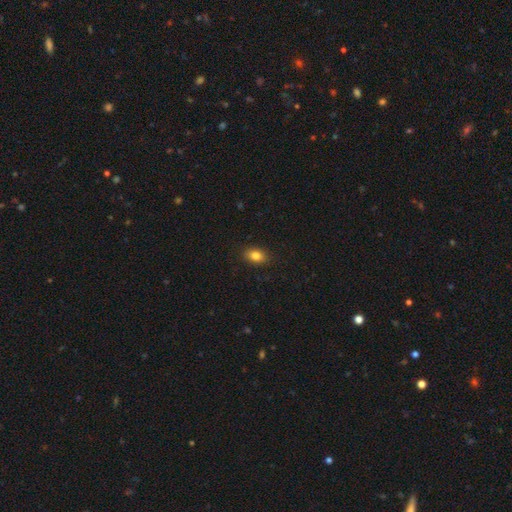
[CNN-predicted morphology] type=smooth (83%); roundness=in between (77%); merging=none (88%).